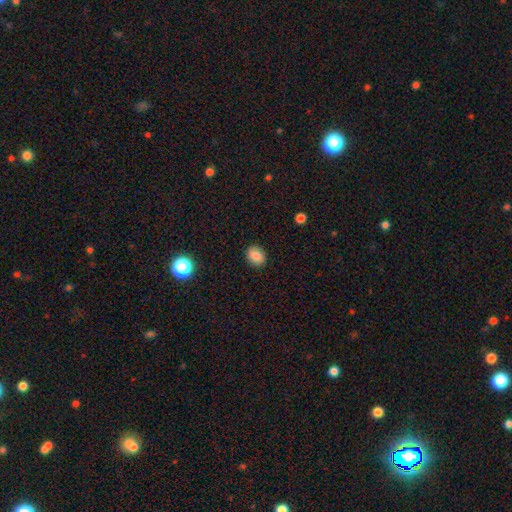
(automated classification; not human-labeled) smooth 84%, star or artifact 10%, featured or disk 6%. Down the decision tree: how rounded — in between (53%); merging — none (90%).